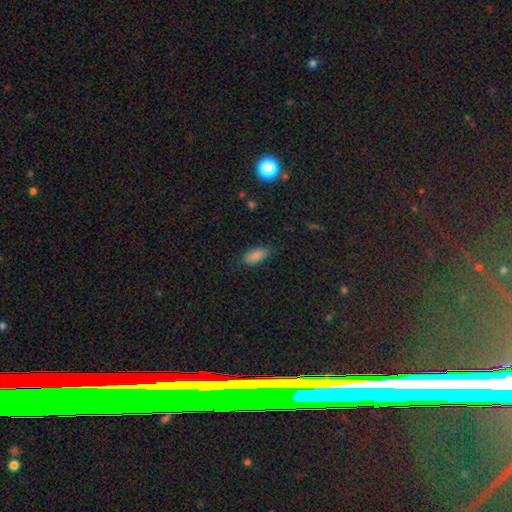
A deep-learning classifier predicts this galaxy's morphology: Smooth or featured? Predicted: smooth (p=0.87). How rounded? Predicted: in between (p=0.90). Merging? Predicted: none (p=0.80).